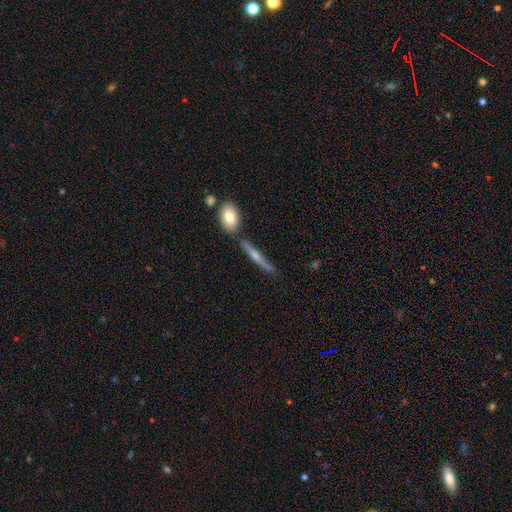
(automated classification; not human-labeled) smooth_or_featured: smooth (p=0.49) [alt: featured or disk p=0.44]
merging: none (p=0.70) [alt: minor disturbance p=0.15]